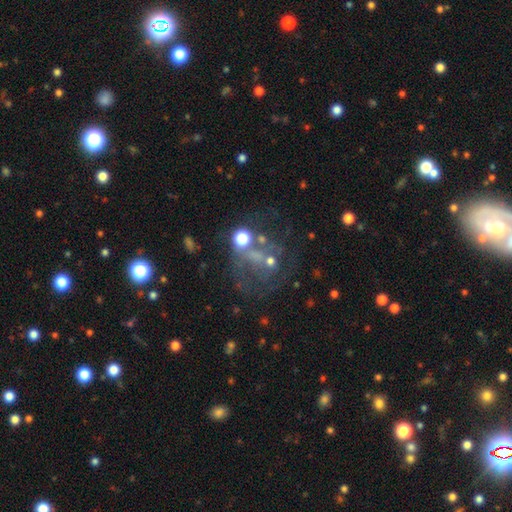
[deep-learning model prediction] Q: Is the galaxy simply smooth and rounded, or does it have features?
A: featured or disk — 40%.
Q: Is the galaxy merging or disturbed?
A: none — 46%.